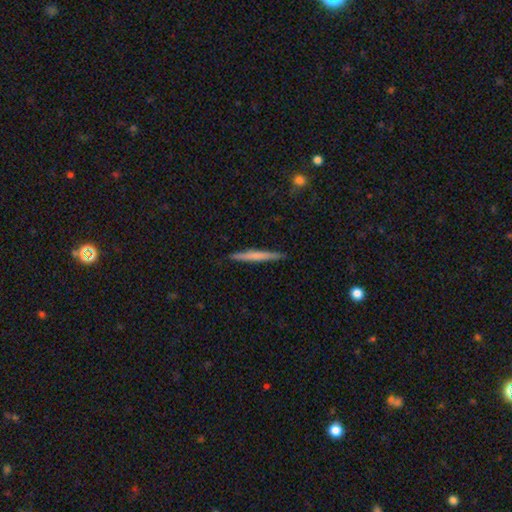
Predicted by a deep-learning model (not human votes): The model was most divided on "smooth or featured": smooth: 58%, featured or disk: 36%, star or artifact: 5%. More confident: how rounded — cigar-shaped (96%); merging — none (90%).